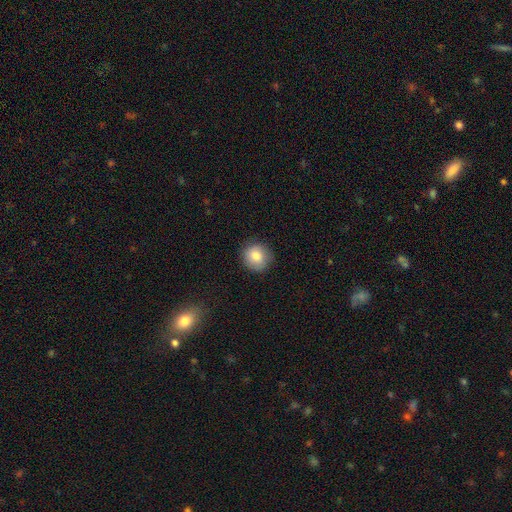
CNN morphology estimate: Smooth or featured? smooth (83%)
How rounded? round (87%)
Merging? none (87%)